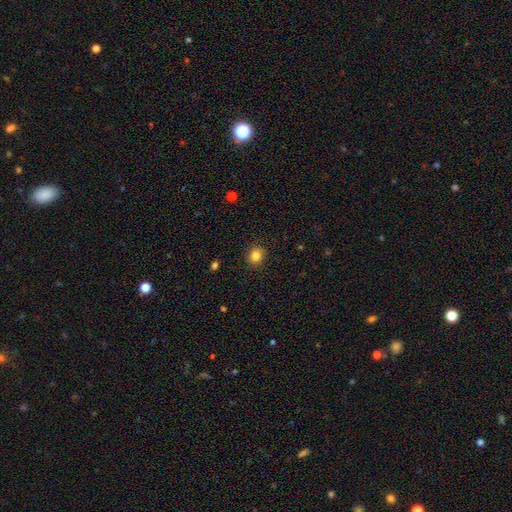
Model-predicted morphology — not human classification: Q: Smooth or featured?
A: smooth (84%); runner-up: star or artifact (11%)
Q: How rounded?
A: round (70%); runner-up: in between (29%)
Q: Merging?
A: none (90%); runner-up: minor disturbance (7%)